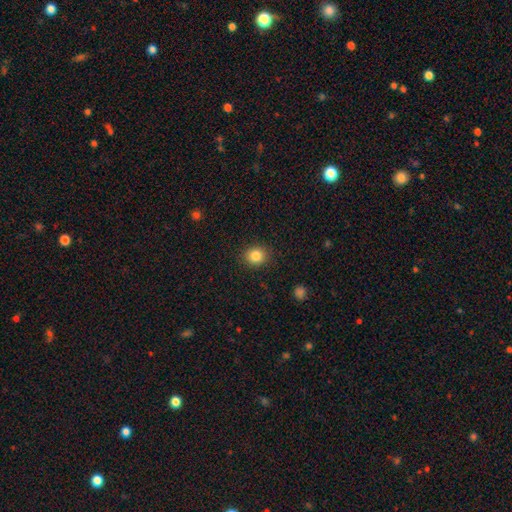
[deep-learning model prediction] A smooth galaxy with no disk features (84%) that is round (72%).

Vote fractions:
- Smooth or featured? smooth: 84% / star or artifact: 11% / featured or disk: 6%
- How rounded? round: 72% / in between: 27% / cigar-shaped: 1%
- Merging? none: 89% / minor disturbance: 8% / major disturbance: 2% / merger: 1%